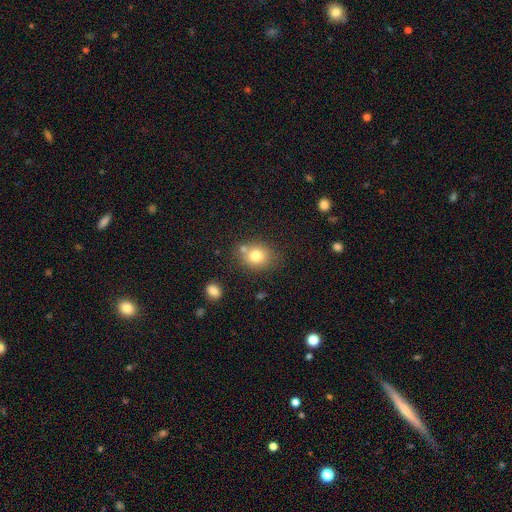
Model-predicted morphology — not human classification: This is likely a smooth galaxy (77%). How rounded: likely round (67%). Merging: likely none (66%).